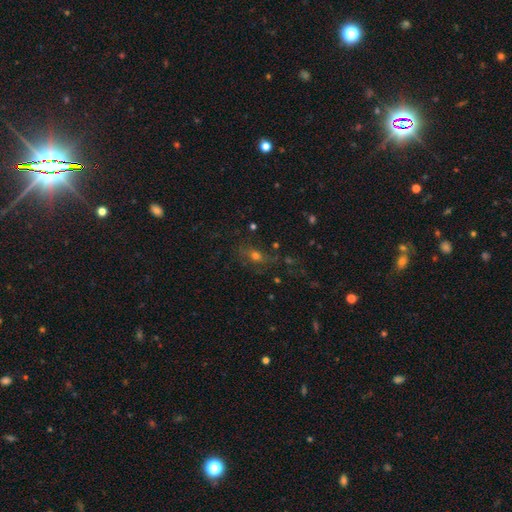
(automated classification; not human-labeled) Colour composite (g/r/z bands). It shows a smooth galaxy with no disk features (45%). Merging: none (62%).